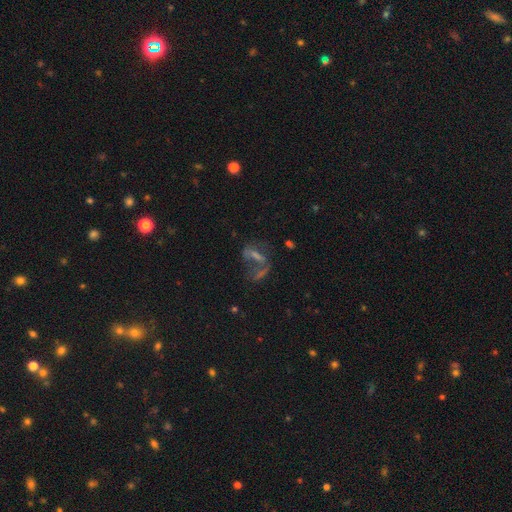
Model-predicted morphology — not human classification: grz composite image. It shows a featured or disk galaxy (47%). Merging: none (39%).